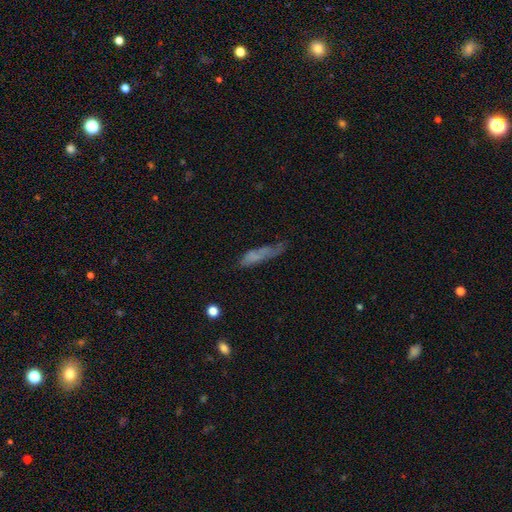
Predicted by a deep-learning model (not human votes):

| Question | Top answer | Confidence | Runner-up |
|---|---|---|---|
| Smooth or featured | smooth | 60% | featured or disk (29%) |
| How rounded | cigar-shaped | 72% | in between (25%) |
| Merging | none | 44% | minor disturbance (29%) |